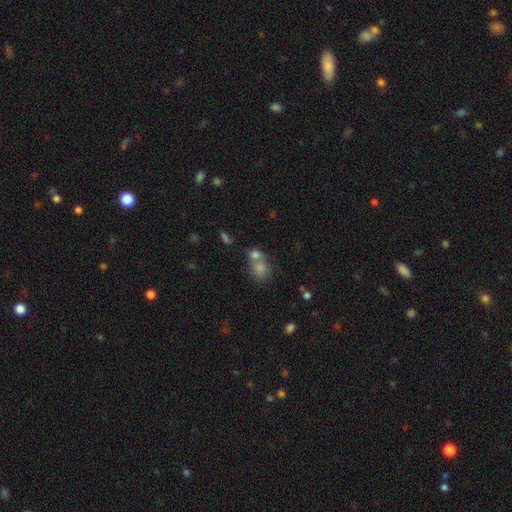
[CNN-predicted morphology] smooth 77%, star or artifact 12%, featured or disk 11%. Down the decision tree: how rounded — round (56%); merging — merger (55%).